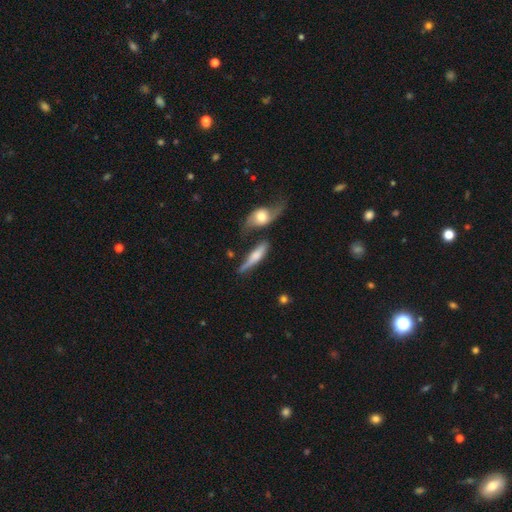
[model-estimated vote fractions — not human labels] smooth-or-featured: smooth: 50% | featured or disk: 43% | star or artifact: 6%
  how-rounded: cigar-shaped: 69% | in between: 27% | round: 4%
  merging: none: 44% | minor disturbance: 24% | merger: 19% | major disturbance: 12%